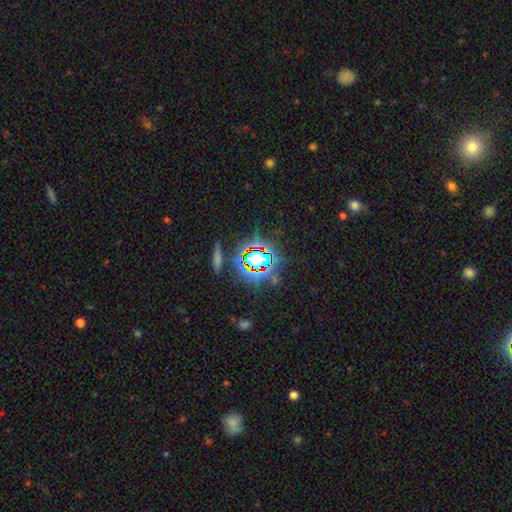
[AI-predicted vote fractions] star or artifact 70%, smooth 18%, featured or disk 13%.